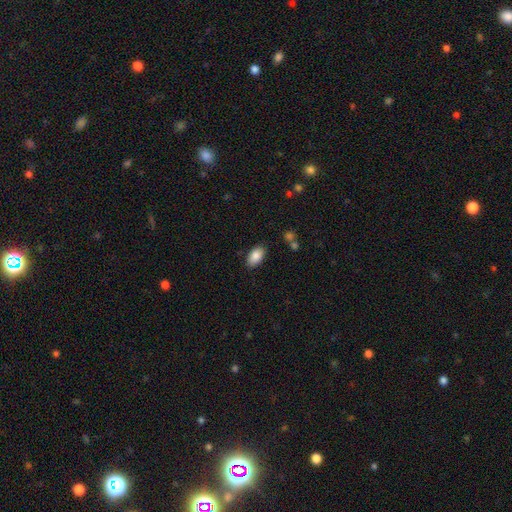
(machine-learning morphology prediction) A smooth galaxy with no disk features (86%) that is in between round and cigar-shaped (94%).

Vote fractions:
- Smooth or featured? smooth: 86% / featured or disk: 7% / star or artifact: 7%
- How rounded? in between: 94% / round: 5% / cigar-shaped: 2%
- Merging? none: 86% / minor disturbance: 10% / major disturbance: 2% / merger: 2%